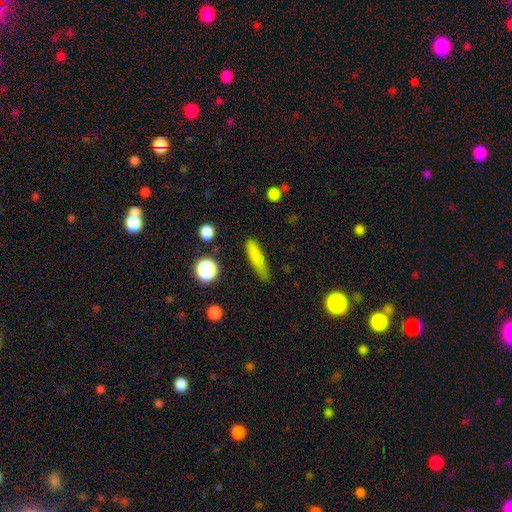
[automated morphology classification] This appears to be a smooth galaxy with no disk features (77%) that is cigar-shaped (75%). Merging: none (72%).